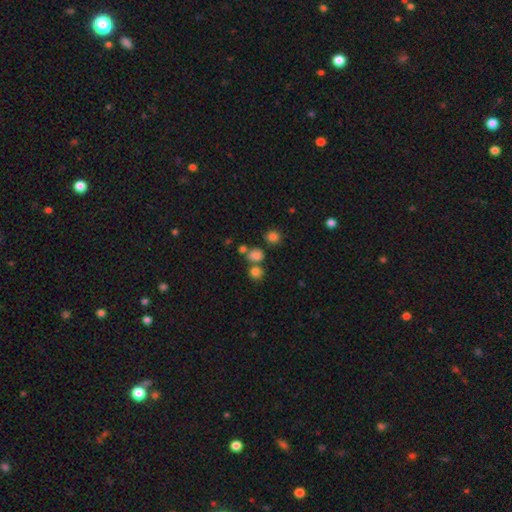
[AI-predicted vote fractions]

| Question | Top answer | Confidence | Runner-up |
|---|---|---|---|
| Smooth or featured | smooth | 76% | star or artifact (17%) |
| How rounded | round | 75% | in between (24%) |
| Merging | none | 60% | merger (25%) |